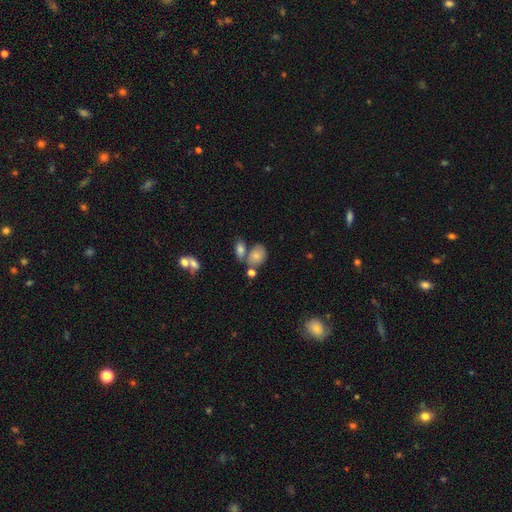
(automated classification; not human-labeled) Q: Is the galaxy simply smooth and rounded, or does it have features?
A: smooth — 75%.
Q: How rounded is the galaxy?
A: in between — 71%.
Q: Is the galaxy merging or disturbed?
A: none — 45%.